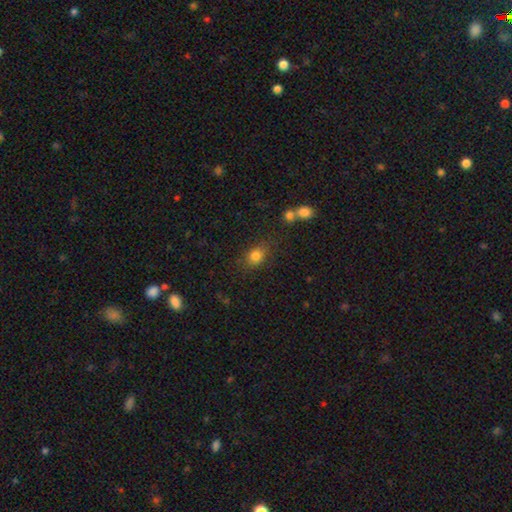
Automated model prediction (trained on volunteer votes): smooth-or-featured: smooth: 81% | star or artifact: 12% | featured or disk: 7%
  how-rounded: in between: 60% | round: 38% | cigar-shaped: 2%
  merging: none: 75% | minor disturbance: 15% | major disturbance: 5% | merger: 5%